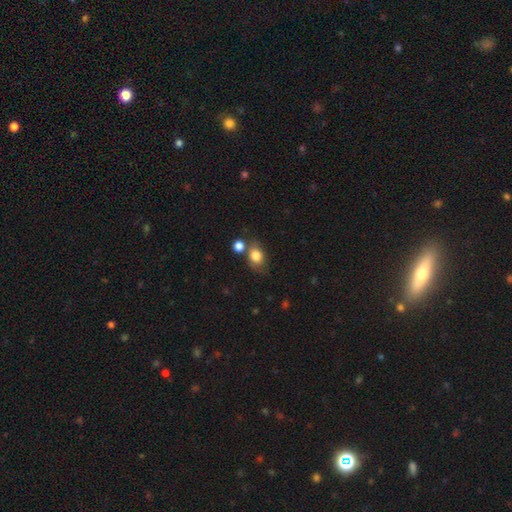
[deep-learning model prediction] Morphology: type=smooth (81%); roundness=in between (62%); merging=none (60%).